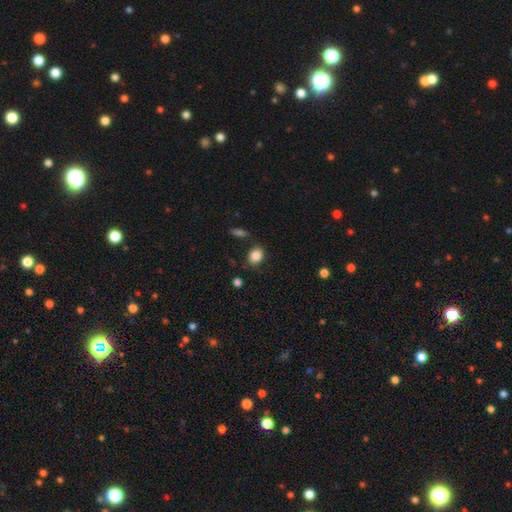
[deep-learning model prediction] The model was most divided on "how rounded": in between: 53%, round: 46%, cigar-shaped: 1%. More confident: smooth or featured — smooth (85%); merging — none (79%).